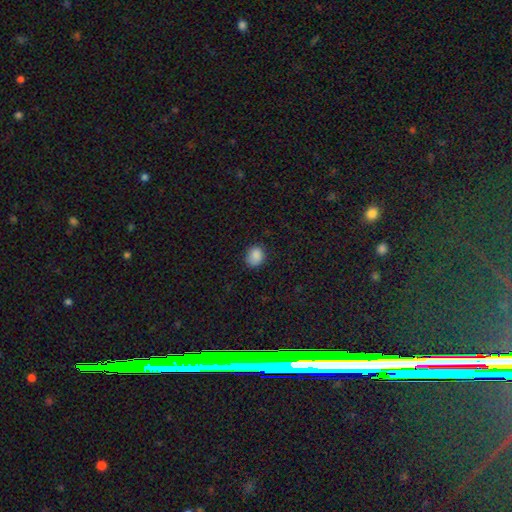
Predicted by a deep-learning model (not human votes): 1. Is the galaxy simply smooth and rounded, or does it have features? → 86% smooth, 10% star or artifact, 4% featured or disk.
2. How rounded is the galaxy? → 67% round, 32% in between, 1% cigar-shaped.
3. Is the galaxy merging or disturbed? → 76% none, 19% minor disturbance, 4% major disturbance, 1% merger.